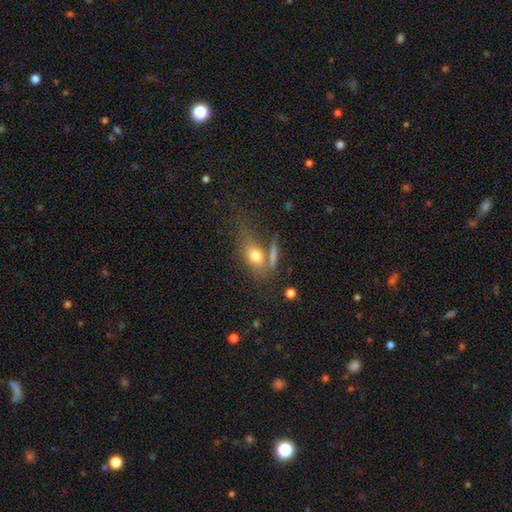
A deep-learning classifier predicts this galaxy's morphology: Smooth or featured? smooth (71%)
How rounded? in between (70%)
Merging? none (49%)